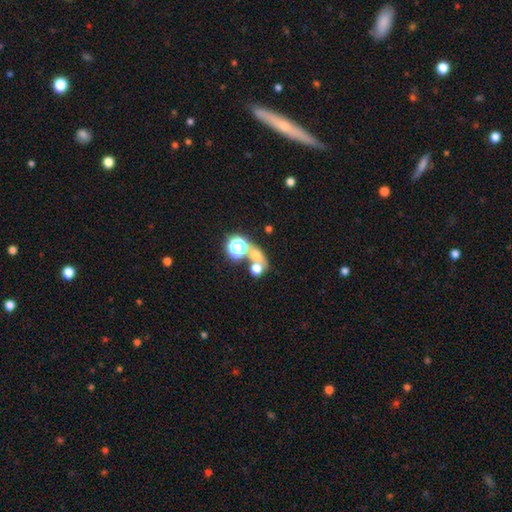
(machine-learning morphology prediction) This appears to be a smooth galaxy with no disk features (59%) that is round (66%). Merging: merger (45%).